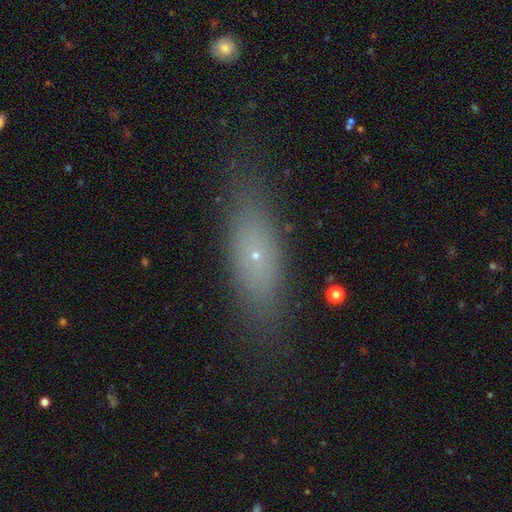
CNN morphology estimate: type=smooth (57%); roundness=in between (48%); merging=none (80%).